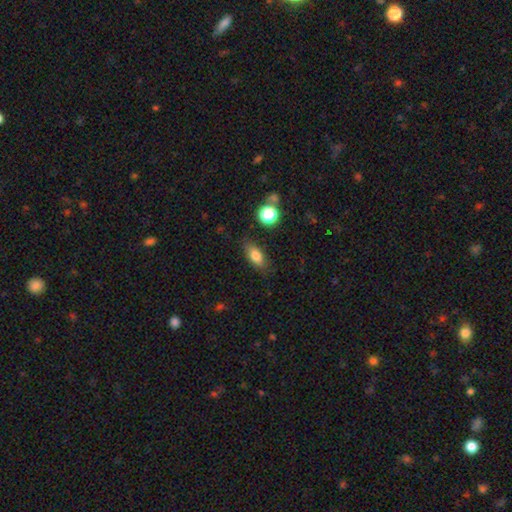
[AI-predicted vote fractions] smooth_or_featured: smooth (p=0.77) [alt: featured or disk p=0.14]
how_rounded: in between (p=0.77) [alt: cigar-shaped p=0.16]
merging: none (p=0.82) [alt: minor disturbance p=0.13]